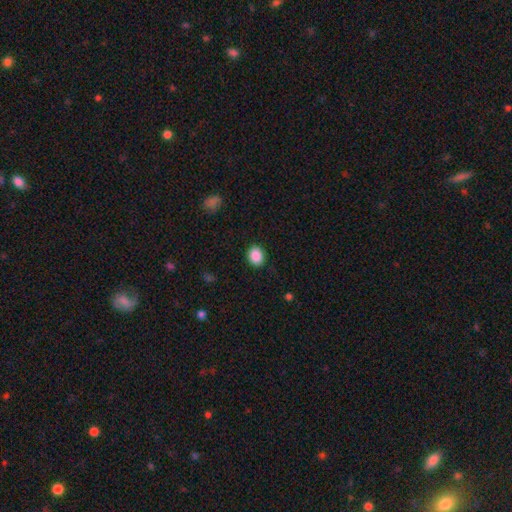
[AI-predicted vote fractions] smooth 89%, star or artifact 8%, featured or disk 3%. Down the decision tree: how rounded — round (50%); merging — none (89%).